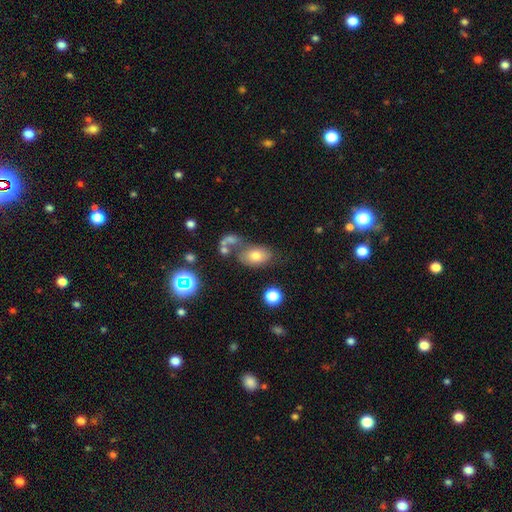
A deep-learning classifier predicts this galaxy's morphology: Q: Smooth or featured?
A: smooth (70%); runner-up: featured or disk (17%)
Q: How rounded?
A: in between (85%); runner-up: round (13%)
Q: Merging?
A: none (52%); runner-up: merger (21%)